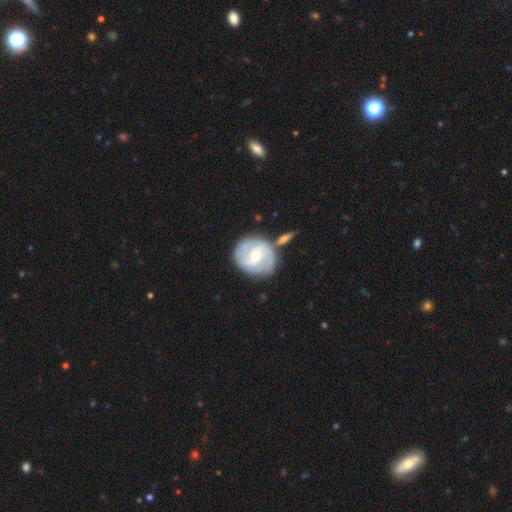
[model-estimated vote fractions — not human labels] smooth-or-featured: featured or disk: 84% | smooth: 11% | star or artifact: 4%
  disk-edge-on: no: 97% | yes: 3%
    bar: weak: 49% | no: 37% | strong: 14%
    has-spiral-arms: yes: 96% | no: 4%
      spiral-winding: tight: 52% | medium: 38% | loose: 10%
      spiral-arm-count: 2: 53% | 3: 23% | can't tell: 13% | 4: 4% | 1: 3% | more than 4: 3%
    bulge-size: moderate: 57% | small: 39% | large: 2% | none: 1% | dominant: 1%
  merging: none: 67% | merger: 14% | minor disturbance: 14% | major disturbance: 5%